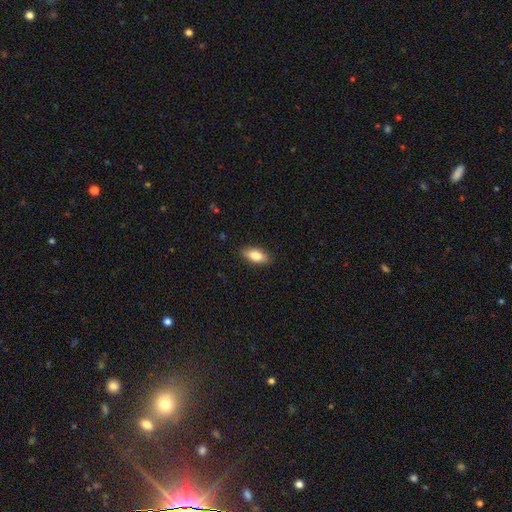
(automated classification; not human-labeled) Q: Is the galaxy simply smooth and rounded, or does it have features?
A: smooth — 83%.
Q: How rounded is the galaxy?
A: in between — 86%.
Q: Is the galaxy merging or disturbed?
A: none — 88%.